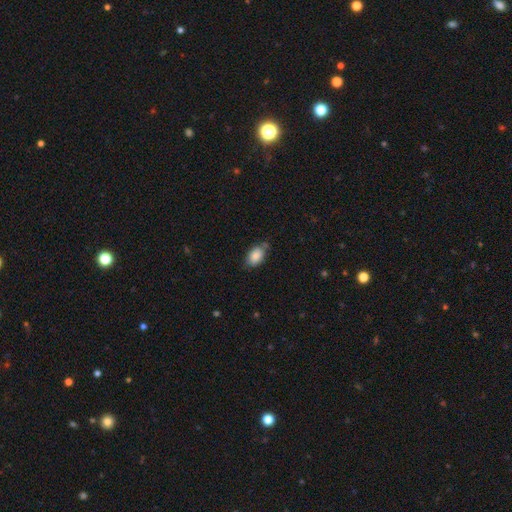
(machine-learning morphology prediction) This appears to be a smooth galaxy with no disk features (86%) that is in between round and cigar-shaped (89%). Merging: none (68%).